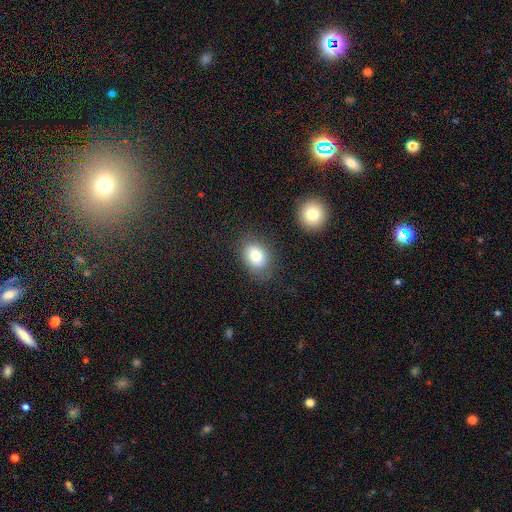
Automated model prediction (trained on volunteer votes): smooth 82%, featured or disk 10%, star or artifact 9%. Down the decision tree: how rounded — in between (73%); merging — none (78%).